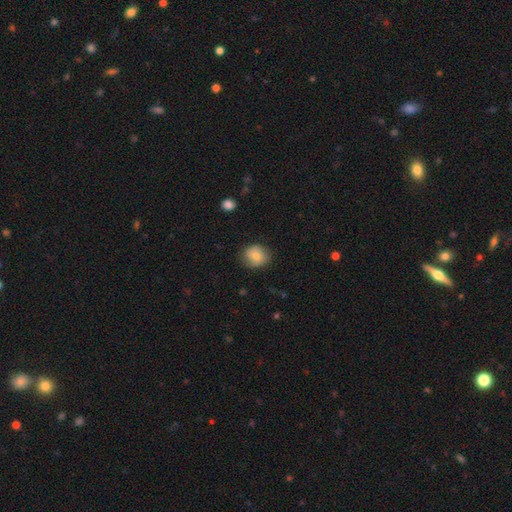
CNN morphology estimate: Smooth or featured?
  - smooth: 75% *
  - featured or disk: 17%
  - star or artifact: 8%
How rounded?
  - round: 76% *
  - in between: 23%
  - cigar-shaped: 1%
Merging?
  - none: 80% *
  - minor disturbance: 15%
  - major disturbance: 3%
  - merger: 1%